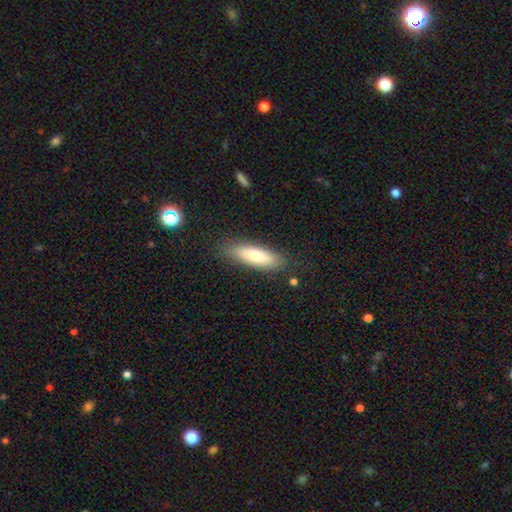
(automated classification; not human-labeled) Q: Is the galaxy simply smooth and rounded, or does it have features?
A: smooth — 72%.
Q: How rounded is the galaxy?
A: cigar-shaped — 50%.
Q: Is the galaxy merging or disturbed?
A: none — 83%.